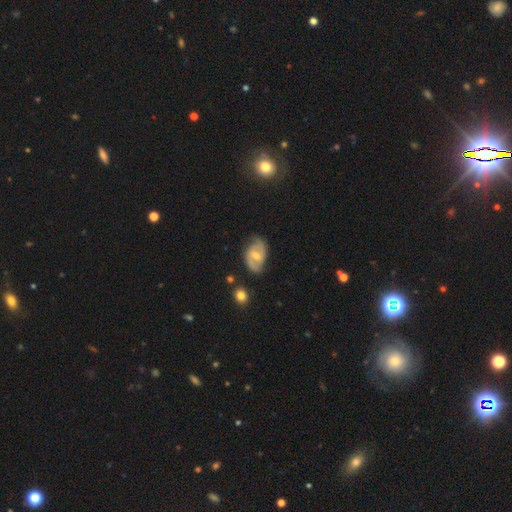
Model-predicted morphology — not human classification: Q: Smooth or featured?
A: featured or disk (77%); runner-up: smooth (17%)
Q: Edge-on disk?
A: no (97%); runner-up: yes (3%)
Q: Bar?
A: weak (55%); runner-up: no (28%)
Q: Spiral arms?
A: yes (91%); runner-up: no (9%)
Q: Spiral winding?
A: medium (50%); runner-up: tight (27%)
Q: Spiral arm count?
A: 2 (86%); runner-up: can't tell (8%)
Q: Bulge size?
A: moderate (54%); runner-up: small (40%)
Q: Merging?
A: none (72%); runner-up: minor disturbance (20%)